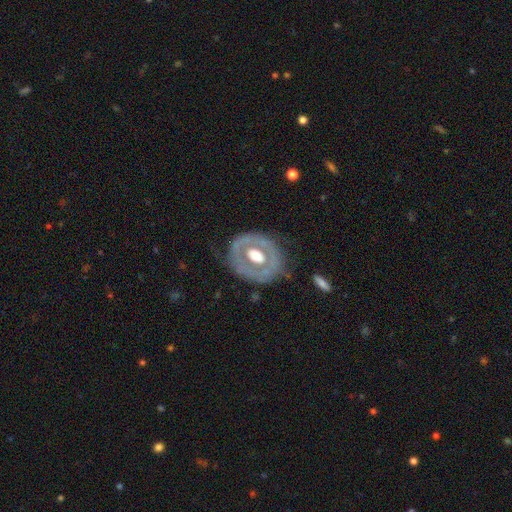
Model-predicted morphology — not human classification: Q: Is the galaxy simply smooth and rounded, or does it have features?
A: featured or disk — 64%.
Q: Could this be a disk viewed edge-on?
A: no — 94%.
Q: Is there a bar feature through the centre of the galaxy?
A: no — 74%.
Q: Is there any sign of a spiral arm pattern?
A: no — 84%.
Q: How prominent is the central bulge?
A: moderate — 56%.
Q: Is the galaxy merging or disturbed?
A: none — 68%.